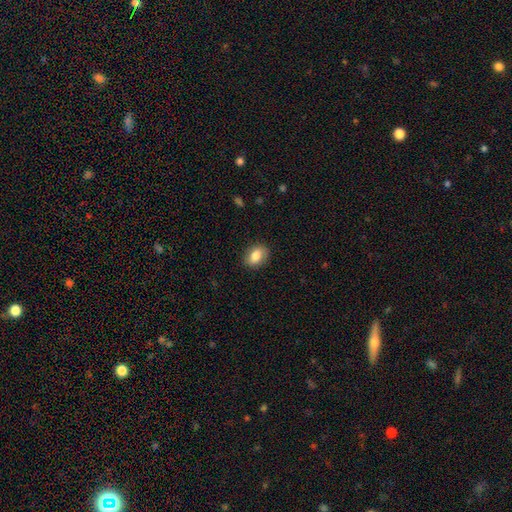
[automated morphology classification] A smooth galaxy with no disk features (83%) that is in between round and cigar-shaped (76%).

Vote fractions:
- Smooth or featured? smooth: 83% / featured or disk: 10% / star or artifact: 8%
- How rounded? in between: 76% / round: 22% / cigar-shaped: 1%
- Merging? none: 86% / minor disturbance: 10% / major disturbance: 3% / merger: 1%